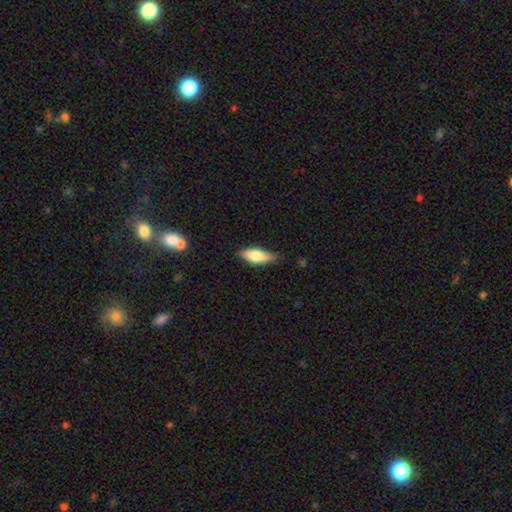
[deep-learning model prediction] The model was most divided on "how rounded": in between: 65%, cigar-shaped: 33%, round: 2%. More confident: merging — none (77%); smooth or featured — smooth (74%).